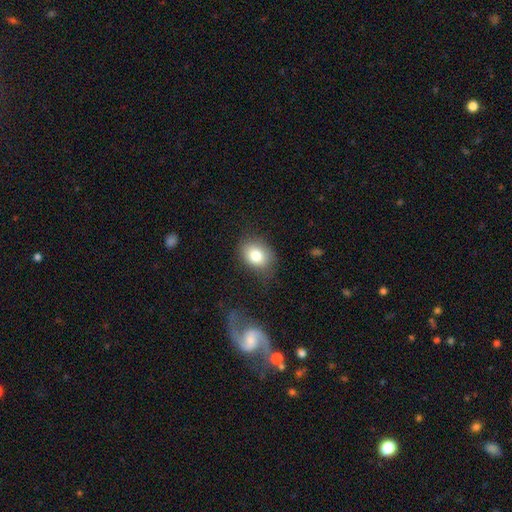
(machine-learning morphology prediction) Q: Smooth or featured?
A: smooth (81%); runner-up: featured or disk (10%)
Q: How rounded?
A: in between (59%); runner-up: round (40%)
Q: Merging?
A: none (72%); runner-up: minor disturbance (19%)